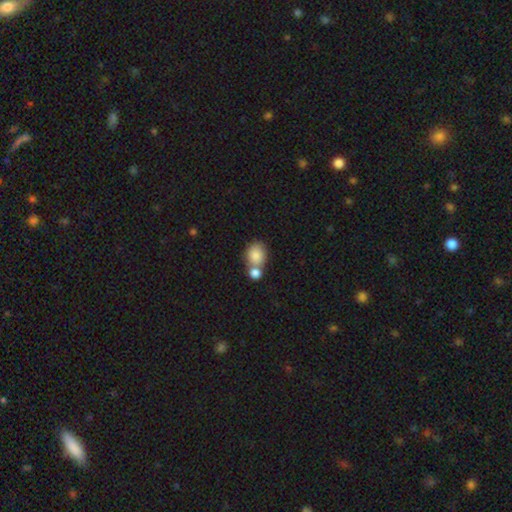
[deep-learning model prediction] smooth-or-featured: smooth: 84% | featured or disk: 8% | star or artifact: 8%
  how-rounded: round: 64% | in between: 35% | cigar-shaped: 1%
  merging: merger: 49% | none: 38% | minor disturbance: 9% | major disturbance: 4%